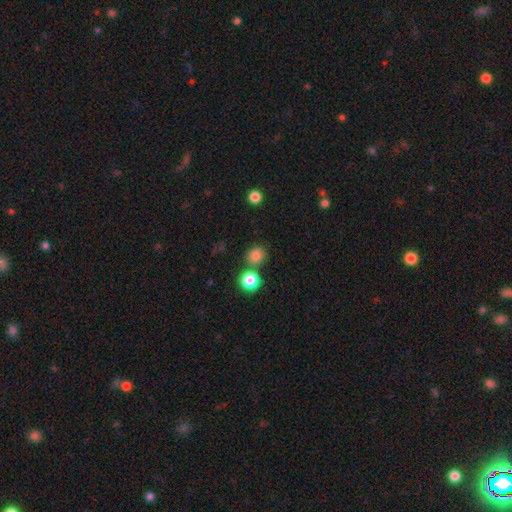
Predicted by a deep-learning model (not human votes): smooth_or_featured: smooth (p=0.80) [alt: star or artifact p=0.15]
how_rounded: round (p=0.81) [alt: in between p=0.18]
merging: none (p=0.73) [alt: merger p=0.14]